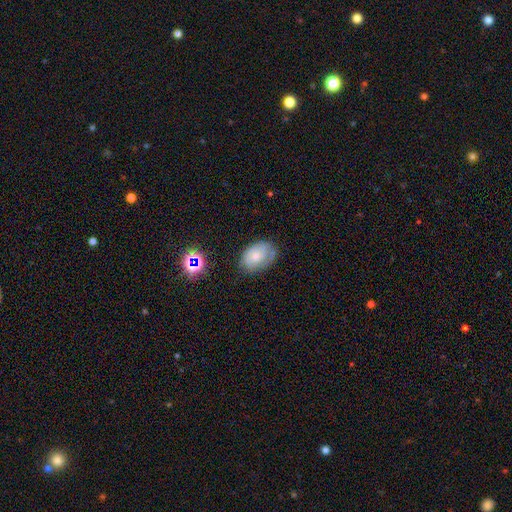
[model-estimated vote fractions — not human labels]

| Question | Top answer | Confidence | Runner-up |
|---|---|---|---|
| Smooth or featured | smooth | 51% | featured or disk (39%) |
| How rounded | in between | 82% | round (17%) |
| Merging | none | 67% | minor disturbance (24%) |